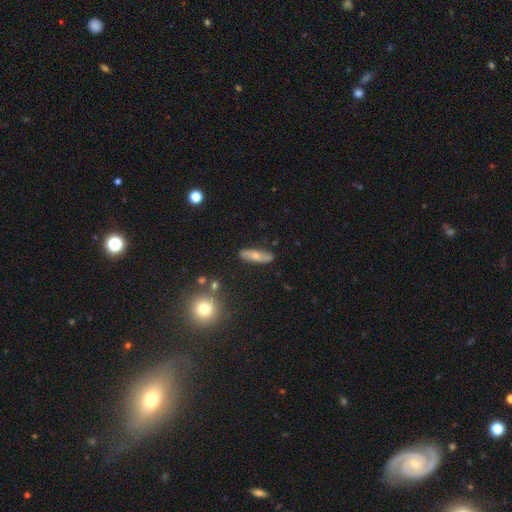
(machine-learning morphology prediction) The model was most divided on "how rounded": cigar-shaped: 58%, in between: 39%, round: 3%. More confident: merging — none (85%); smooth or featured — smooth (59%).